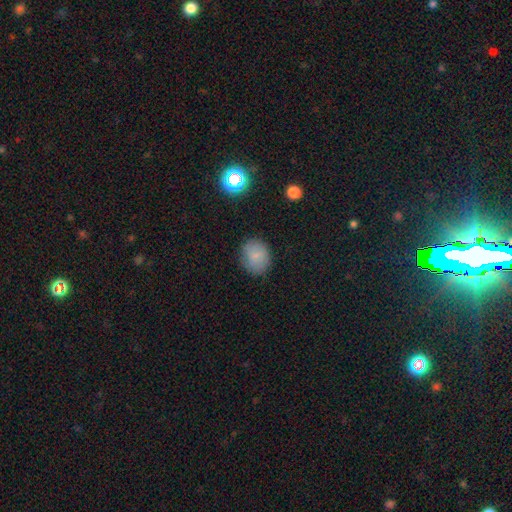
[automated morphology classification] smooth 80%, star or artifact 11%, featured or disk 9%. Down the decision tree: how rounded — round (62%); merging — none (81%).